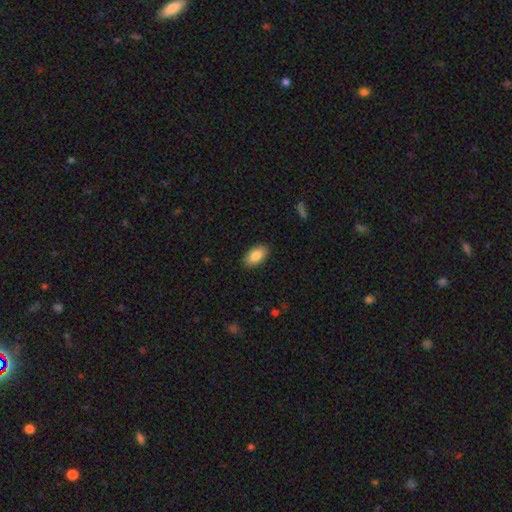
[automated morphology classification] Smooth or featured? Predicted: smooth (p=0.85). How rounded? Predicted: in between (p=0.93). Merging? Predicted: none (p=0.89).